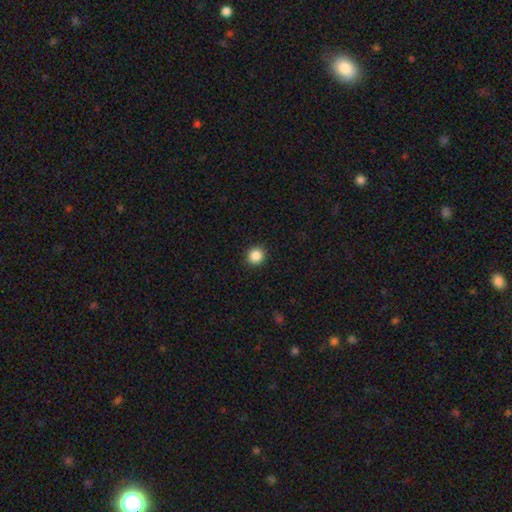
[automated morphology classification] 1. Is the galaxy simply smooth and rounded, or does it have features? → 87% smooth, 10% star or artifact, 3% featured or disk.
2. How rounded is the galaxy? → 92% round, 7% in between, 1% cigar-shaped.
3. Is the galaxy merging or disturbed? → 93% none, 5% minor disturbance, 2% major disturbance, 1% merger.